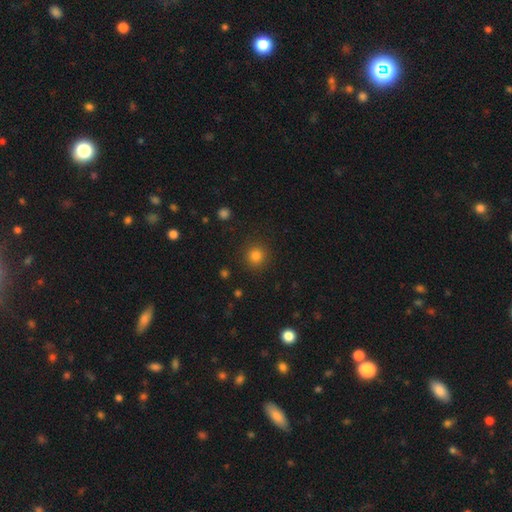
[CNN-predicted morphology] This is clearly a smooth galaxy (82%). How rounded: clearly round (92%). Merging: clearly none (89%).